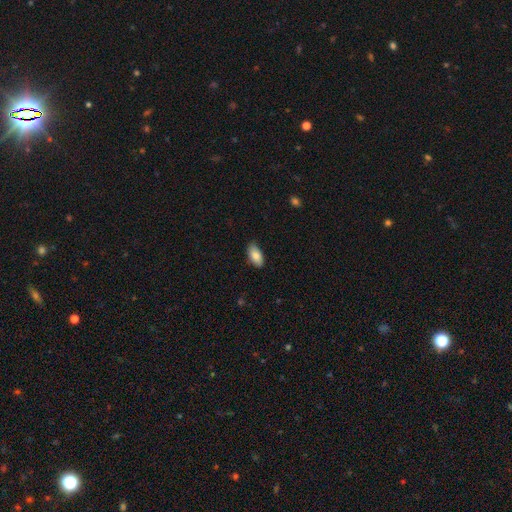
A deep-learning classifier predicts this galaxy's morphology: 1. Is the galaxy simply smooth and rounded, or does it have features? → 86% smooth, 7% featured or disk, 7% star or artifact.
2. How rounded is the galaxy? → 93% in between, 4% cigar-shaped, 3% round.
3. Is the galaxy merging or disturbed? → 83% none, 14% minor disturbance, 2% major disturbance, 1% merger.